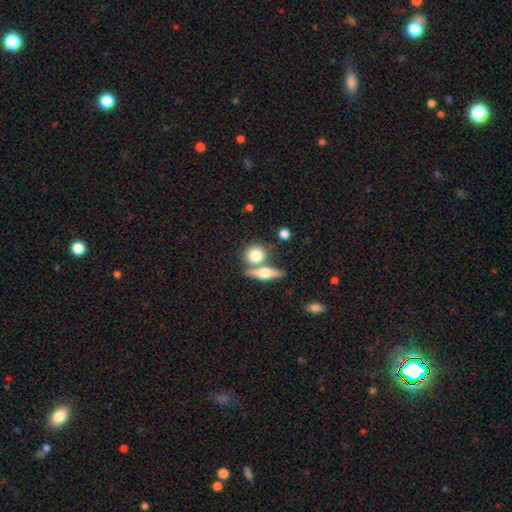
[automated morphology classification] type=smooth (74%); roundness=round (72%); merging=none (55%).